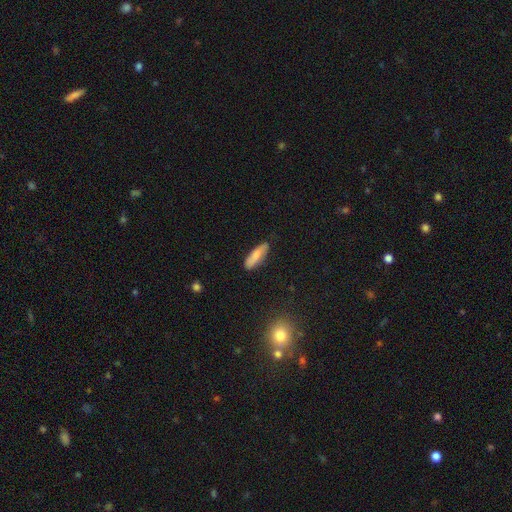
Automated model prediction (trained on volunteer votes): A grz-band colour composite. It shows a smooth galaxy with no disk features (79%) that is cigar-shaped (58%). Merging: none (82%).